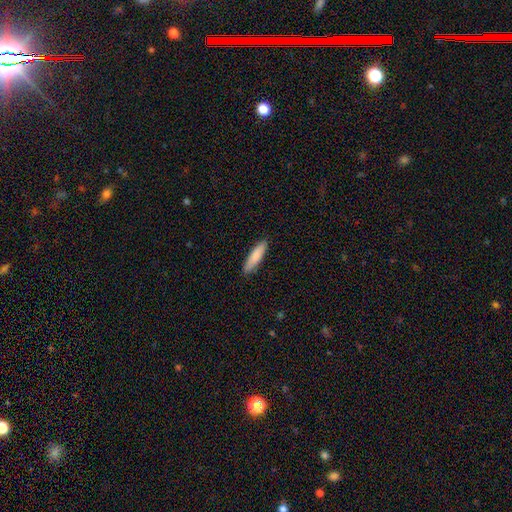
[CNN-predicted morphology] This appears to be a smooth galaxy with no disk features (81%) that is cigar-shaped (73%). Merging: none (89%).